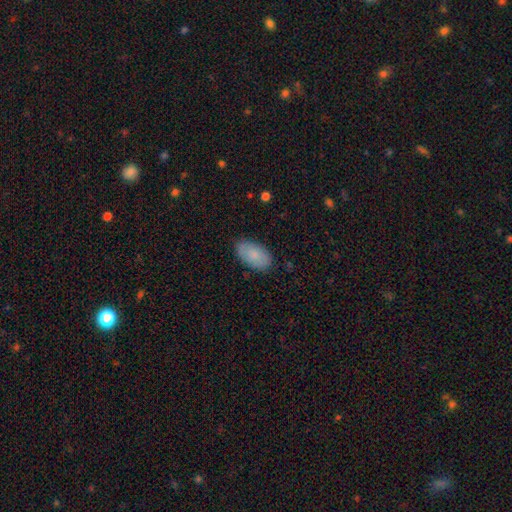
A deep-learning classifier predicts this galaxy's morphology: type=smooth (84%); roundness=in between (95%); merging=none (84%).